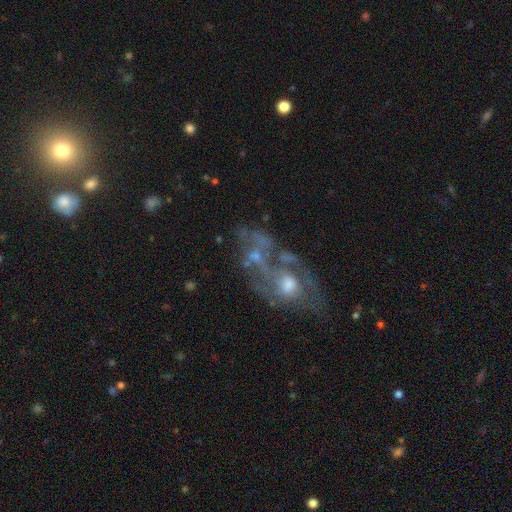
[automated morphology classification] smooth_or_featured: featured or disk (p=0.63) [alt: smooth p=0.19]
disk_edge_on: no (p=0.93) [alt: yes p=0.07]
bar: no (p=0.82) [alt: weak p=0.14]
has_spiral_arms: no (p=0.55) [alt: yes p=0.45]
bulge_size: moderate (p=0.52) [alt: small p=0.31]
merging: none (p=0.35) [alt: merger p=0.31]